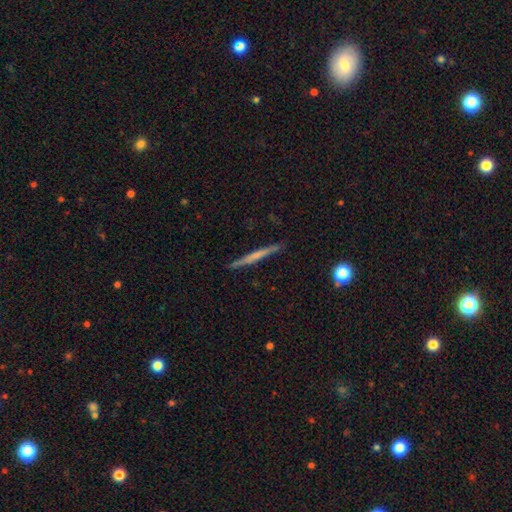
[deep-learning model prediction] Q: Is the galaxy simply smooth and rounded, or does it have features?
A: featured or disk — 50%.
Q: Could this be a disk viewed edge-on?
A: yes — 97%.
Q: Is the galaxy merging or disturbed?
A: none — 90%.